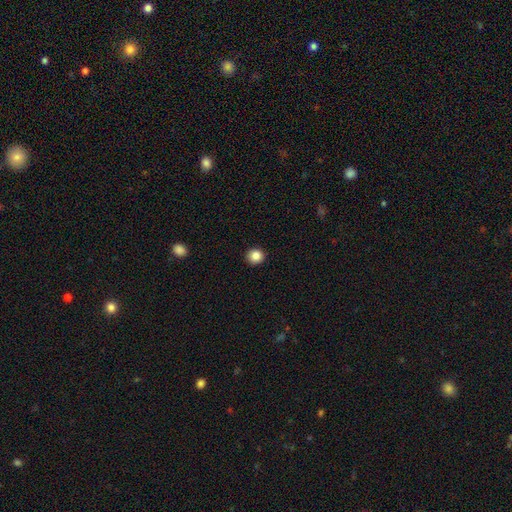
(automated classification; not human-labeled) This appears to be a smooth galaxy with no disk features (85%) that is round (90%). Merging: none (93%).